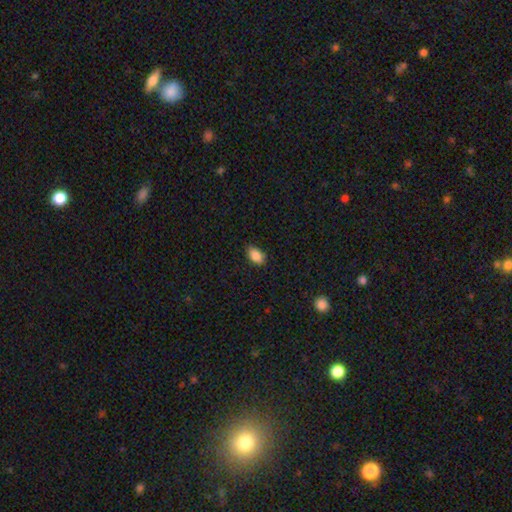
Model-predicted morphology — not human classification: The model was most divided on "merging": none: 82%, minor disturbance: 14%, major disturbance: 2%, merger: 1%. More confident: how rounded — in between (89%); smooth or featured — smooth (87%).